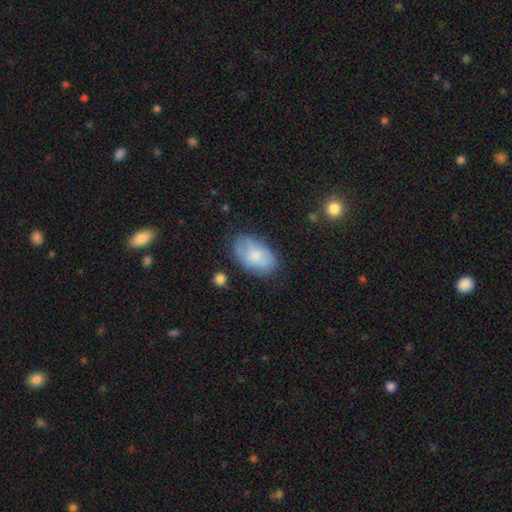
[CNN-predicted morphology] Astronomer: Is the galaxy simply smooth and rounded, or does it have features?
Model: smooth — 68%.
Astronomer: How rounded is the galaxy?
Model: in between — 91%.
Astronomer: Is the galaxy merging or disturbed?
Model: none — 64%.